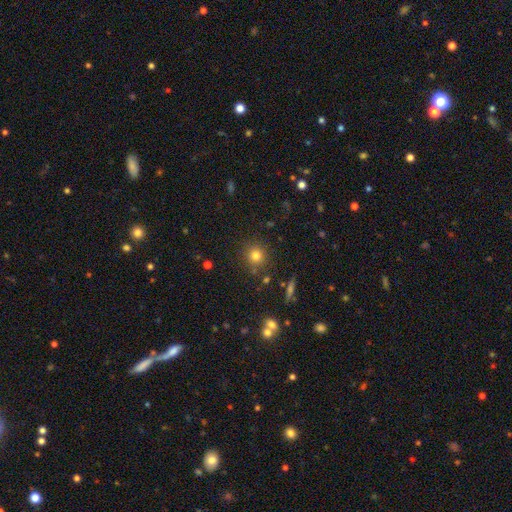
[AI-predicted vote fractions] Smooth or featured: smooth — 78% (star or artifact — 15%)
How rounded: round — 92% (in between — 7%)
Merging: none — 84% (minor disturbance — 8%)